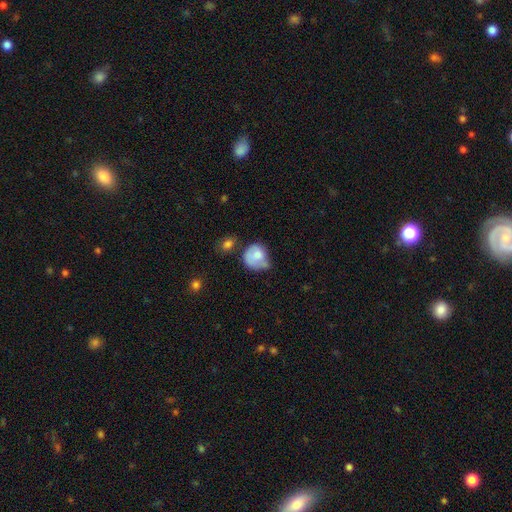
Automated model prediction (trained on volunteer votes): A smooth galaxy with no disk features (70%) that is round (67%).

Vote fractions:
- Smooth or featured? smooth: 70% / featured or disk: 23% / star or artifact: 8%
- How rounded? round: 67% / in between: 32% / cigar-shaped: 1%
- Merging? minor disturbance: 36% / none: 30% / major disturbance: 23% / merger: 11%